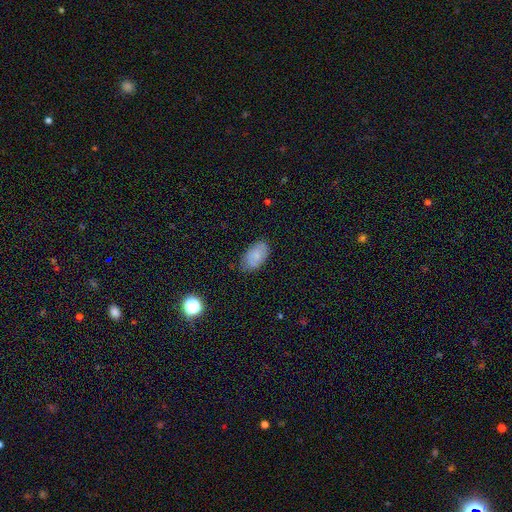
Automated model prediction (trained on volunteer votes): A smooth galaxy with no disk features (73%) that is in between round and cigar-shaped (93%).

Vote fractions:
- Smooth or featured? smooth: 73% / featured or disk: 18% / star or artifact: 9%
- How rounded? in between: 93% / round: 5% / cigar-shaped: 2%
- Merging? none: 78% / minor disturbance: 17% / major disturbance: 4% / merger: 1%